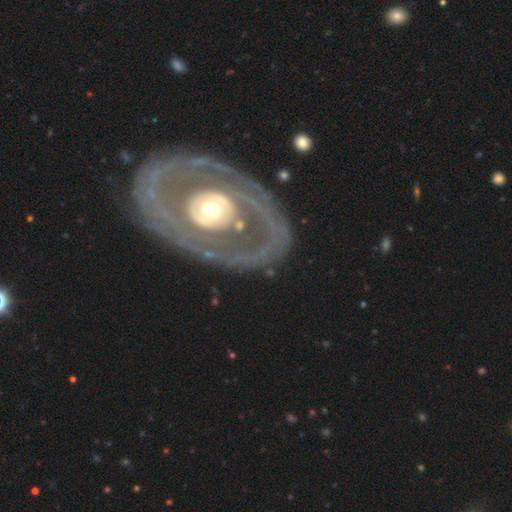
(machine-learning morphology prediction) Smooth or featured?
  - featured or disk: 82% *
  - smooth: 13%
  - star or artifact: 5%
Edge-on disk?
  - no: 95% *
  - yes: 5%
Bar?
  - no: 81% *
  - weak: 12%
  - strong: 7%
Spiral arms?
  - yes: 56% *
  - no: 44%
Bulge size?
  - moderate: 61% *
  - small: 19%
  - large: 17%
  - dominant: 2%
  - none: 1%
Merging?
  - none: 79% *
  - minor disturbance: 12%
  - major disturbance: 8%
  - merger: 2%